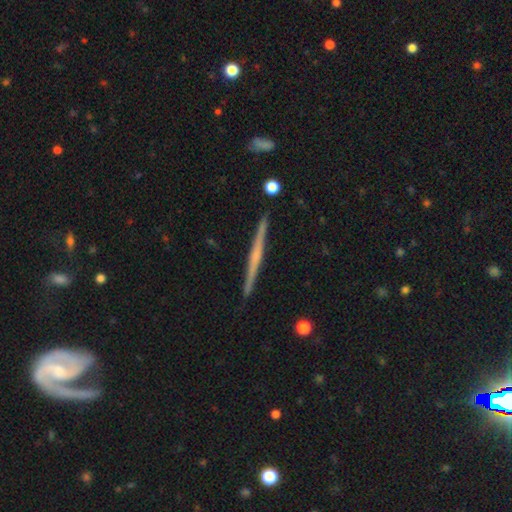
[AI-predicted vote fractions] Morphology: type=featured or disk (68%); edge-on=yes (98%); edge-on bulge=none (59%); merging=none (92%).